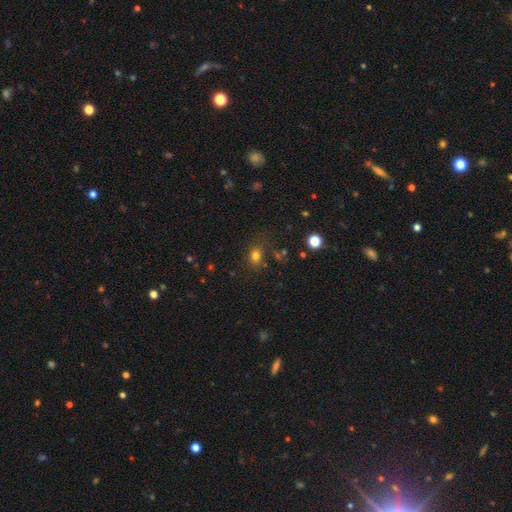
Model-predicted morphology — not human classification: Smooth or featured: smooth — 75% (star or artifact — 17%)
How rounded: in between — 50% (round — 49%)
Merging: none — 73% (minor disturbance — 16%)